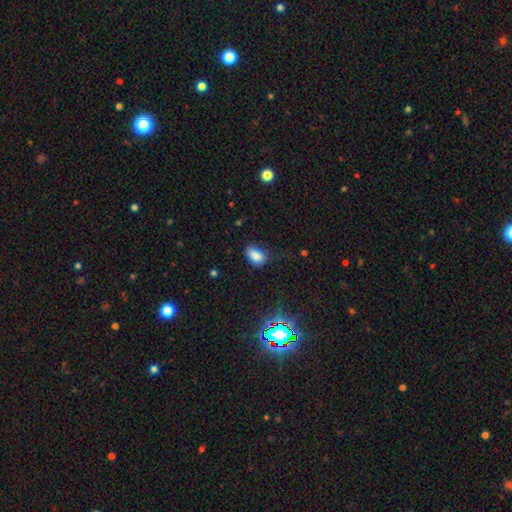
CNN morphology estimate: Smooth or featured?
  - smooth: 82% *
  - star or artifact: 12%
  - featured or disk: 6%
How rounded?
  - in between: 89% *
  - round: 9%
  - cigar-shaped: 2%
Merging?
  - none: 63% *
  - minor disturbance: 26%
  - major disturbance: 9%
  - merger: 2%